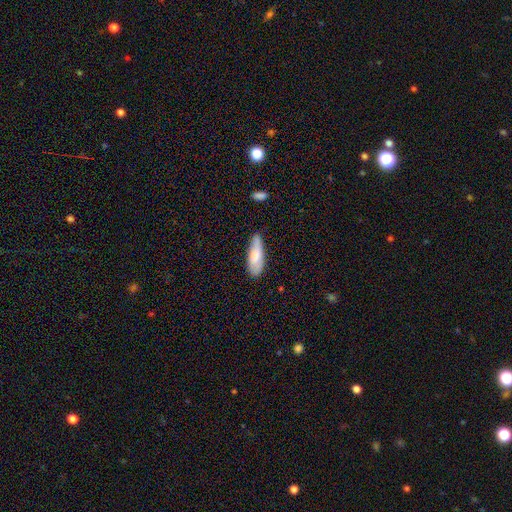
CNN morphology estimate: The model was most divided on "how rounded": in between: 61%, cigar-shaped: 37%, round: 2%. More confident: smooth or featured — smooth (76%); merging — none (66%).